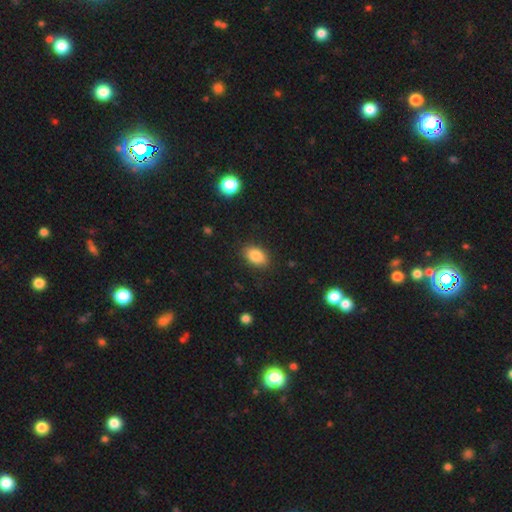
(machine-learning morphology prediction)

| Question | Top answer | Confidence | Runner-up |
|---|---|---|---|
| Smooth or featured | smooth | 85% | star or artifact (8%) |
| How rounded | in between | 88% | round (11%) |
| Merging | none | 87% | minor disturbance (9%) |